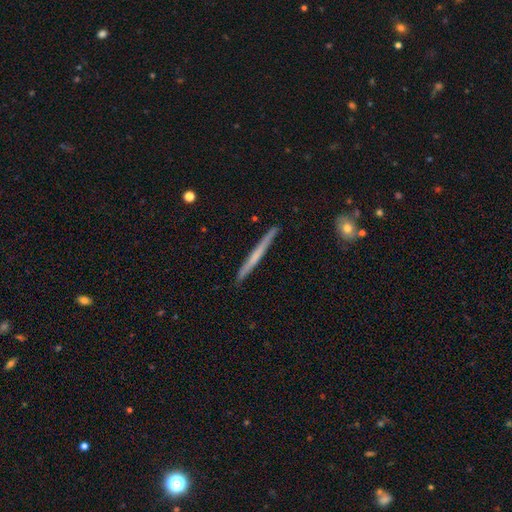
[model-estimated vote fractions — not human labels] featured or disk 50%, smooth 45%, star or artifact 6%. Down the decision tree: merging — none (91%).